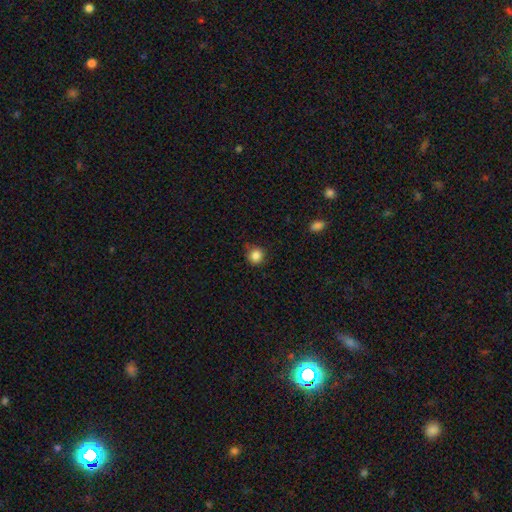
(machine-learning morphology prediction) A smooth galaxy with no disk features (86%) that is round (89%). Merging: none (76%).